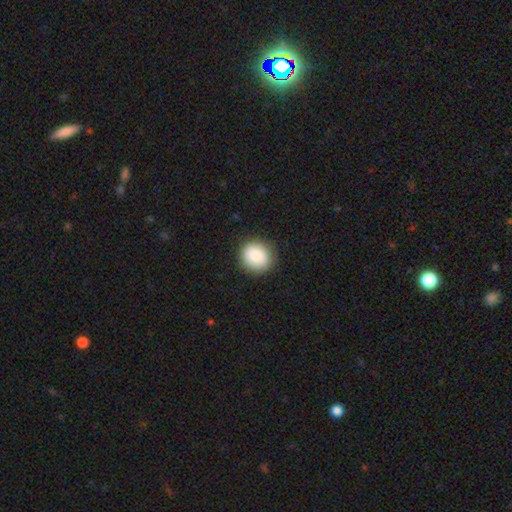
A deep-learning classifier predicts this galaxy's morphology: smooth 87%, star or artifact 8%, featured or disk 5%. Down the decision tree: how rounded — round (85%); merging — none (88%).